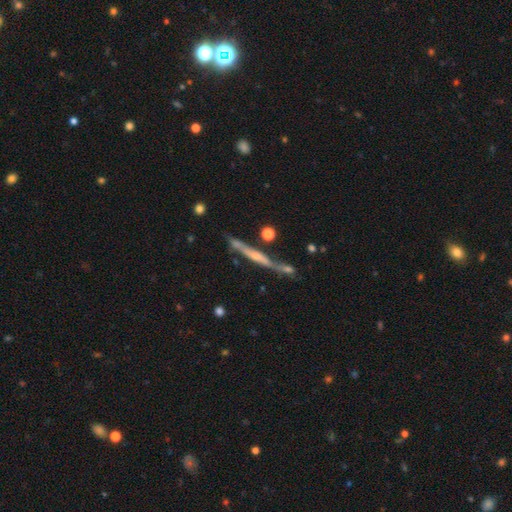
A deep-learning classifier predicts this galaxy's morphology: smooth_or_featured: featured or disk (p=0.74) [alt: smooth p=0.18]
disk_edge_on: yes (p=0.93) [alt: no p=0.07]
edge_on_bulge: rounded (p=0.50) [alt: none p=0.35]
merging: none (p=0.64) [alt: minor disturbance p=0.17]